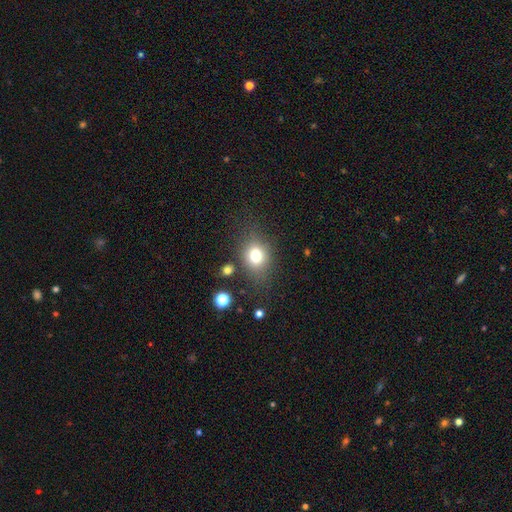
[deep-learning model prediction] The model was most divided on "how rounded": round: 54%, in between: 45%, cigar-shaped: 1%. More confident: smooth or featured — smooth (76%); merging — none (72%).